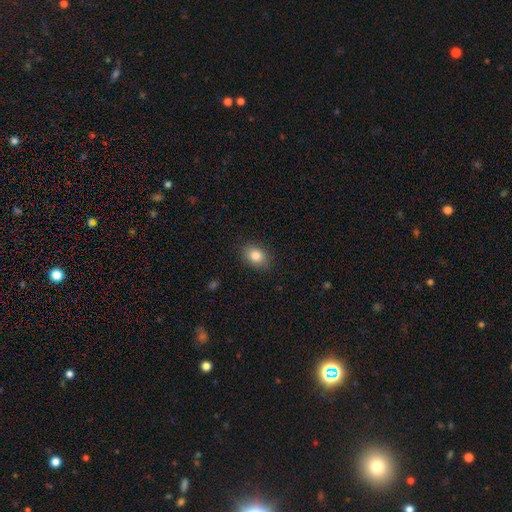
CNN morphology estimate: Overall: smooth (84%). How rounded: in between (69%; round 30%). Merging: none (87%).